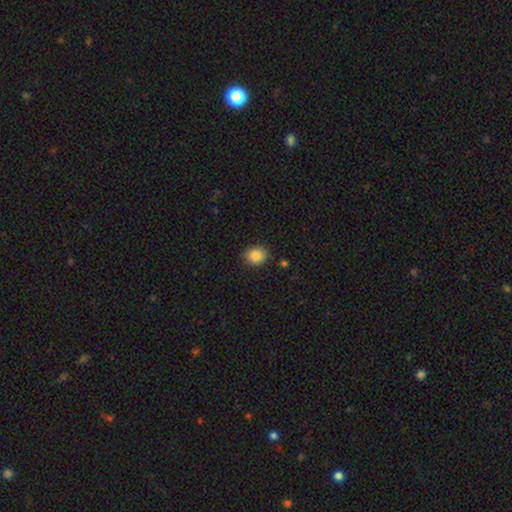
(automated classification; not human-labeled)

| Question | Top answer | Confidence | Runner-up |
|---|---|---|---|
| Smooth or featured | smooth | 86% | star or artifact (9%) |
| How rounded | round | 65% | in between (35%) |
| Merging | none | 85% | minor disturbance (11%) |